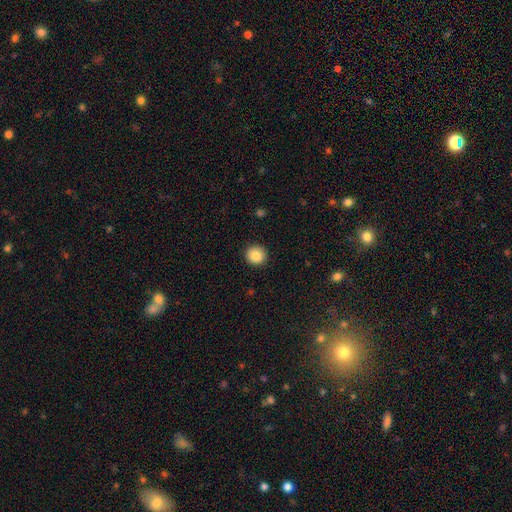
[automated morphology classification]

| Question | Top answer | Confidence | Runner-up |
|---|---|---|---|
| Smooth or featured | smooth | 87% | star or artifact (9%) |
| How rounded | round | 90% | in between (9%) |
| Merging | none | 91% | minor disturbance (6%) |